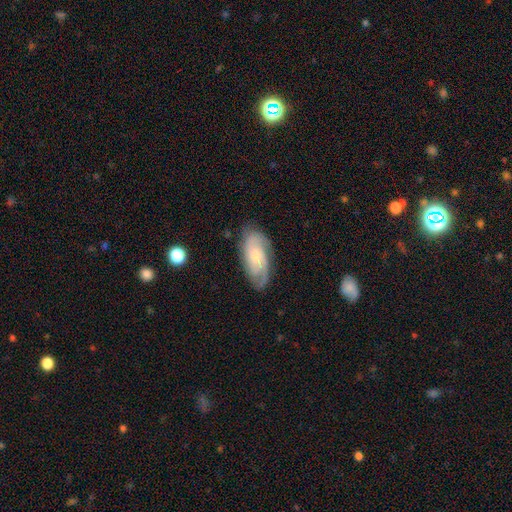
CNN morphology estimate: featured or disk 67%, smooth 26%, star or artifact 6%. Down the decision tree: edge-on disk — no (94%); bar — no (73%); spiral arms — yes (92%); spiral arm count — 2 (34%); spiral winding — tight (50%); bulge size — small (63%); merging — none (73%).